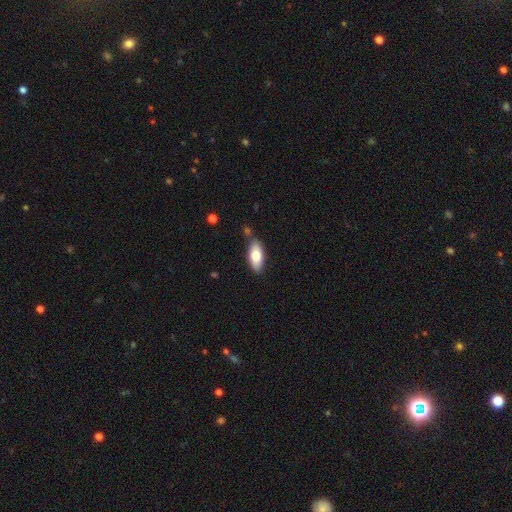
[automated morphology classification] The model was most divided on "smooth or featured": smooth: 76%, featured or disk: 18%, star or artifact: 6%. More confident: how rounded — in between (84%); merging — none (78%).